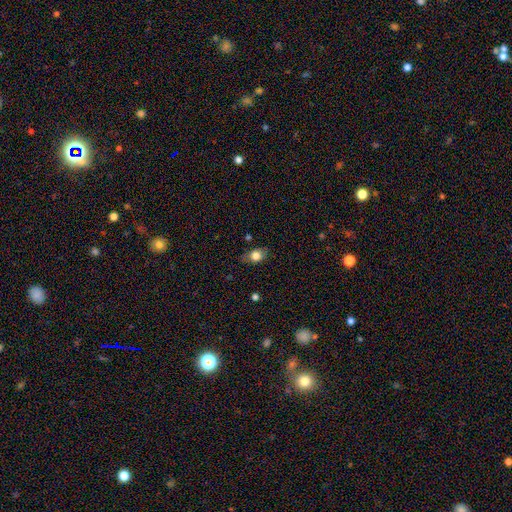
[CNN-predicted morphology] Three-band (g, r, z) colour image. It shows a smooth galaxy with no disk features (76%) that is in between round and cigar-shaped (68%). Merging: none (75%).